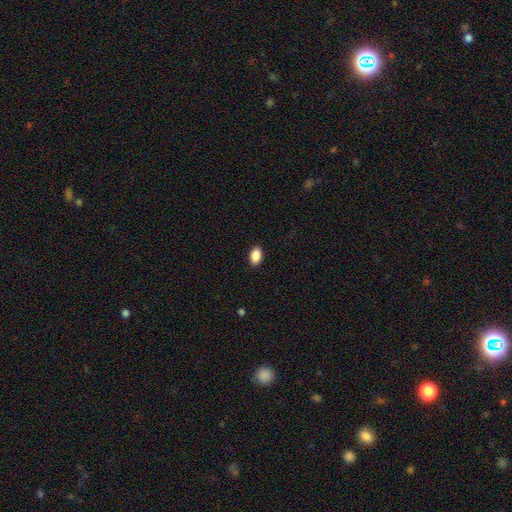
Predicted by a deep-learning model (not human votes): smooth-or-featured: smooth: 89% | star or artifact: 7% | featured or disk: 3%
  how-rounded: in between: 90% | round: 9% | cigar-shaped: 1%
  merging: none: 90% | minor disturbance: 7% | major disturbance: 2% | merger: 1%